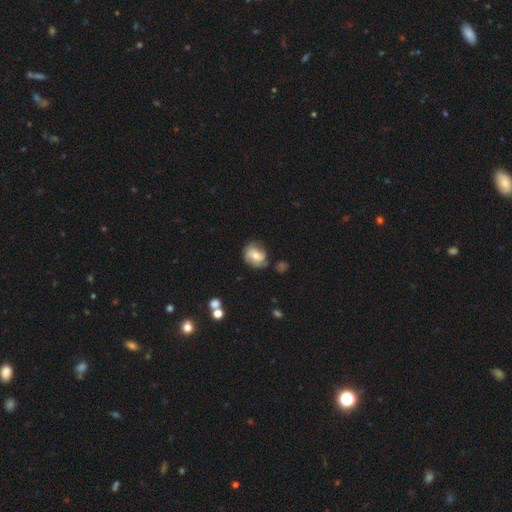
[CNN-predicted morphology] Smooth or featured: smooth — 48% (featured or disk — 43%)
Merging: none — 60% (minor disturbance — 26%)